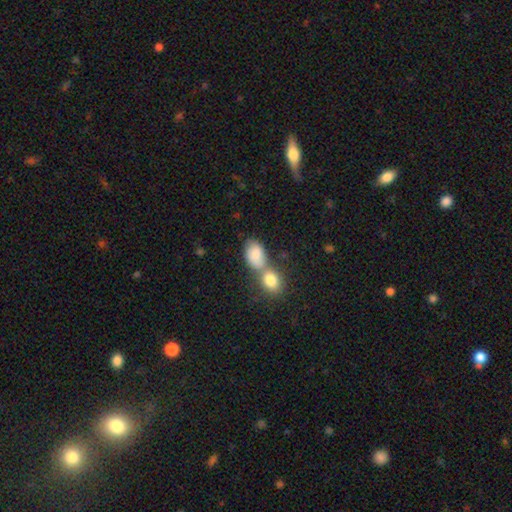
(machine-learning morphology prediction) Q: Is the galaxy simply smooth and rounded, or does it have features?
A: smooth — 82%.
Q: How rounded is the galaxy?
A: in between — 85%.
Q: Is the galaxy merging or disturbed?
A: merger — 53%.